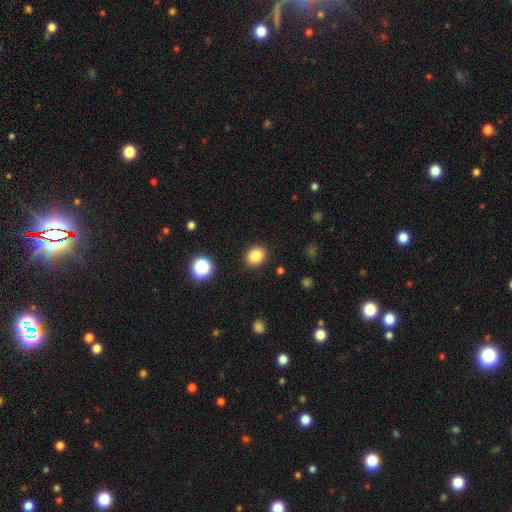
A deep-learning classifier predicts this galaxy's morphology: A smooth galaxy with no disk features (84%) that is round (65%). Merging: none (90%).